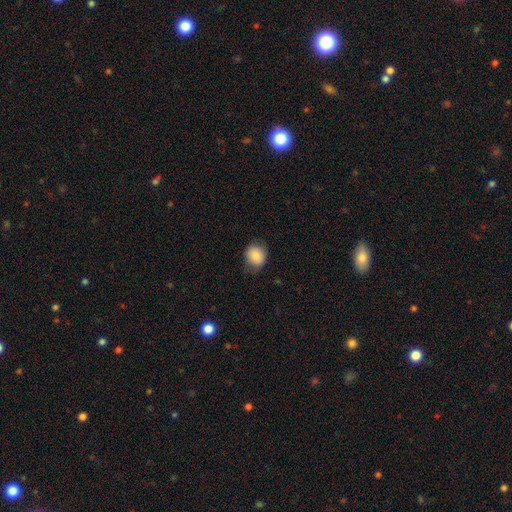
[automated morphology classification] Smooth or featured: smooth — 86% (star or artifact — 8%)
How rounded: round — 75% (in between — 24%)
Merging: none — 76% (minor disturbance — 19%)